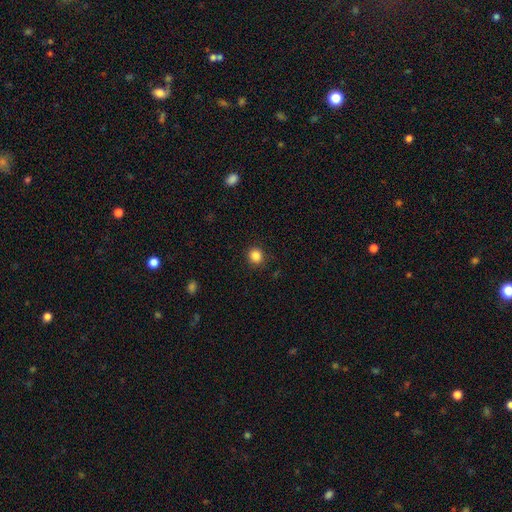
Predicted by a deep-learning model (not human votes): smooth 86%, star or artifact 11%, featured or disk 4%. Down the decision tree: how rounded — round (90%); merging — none (91%).